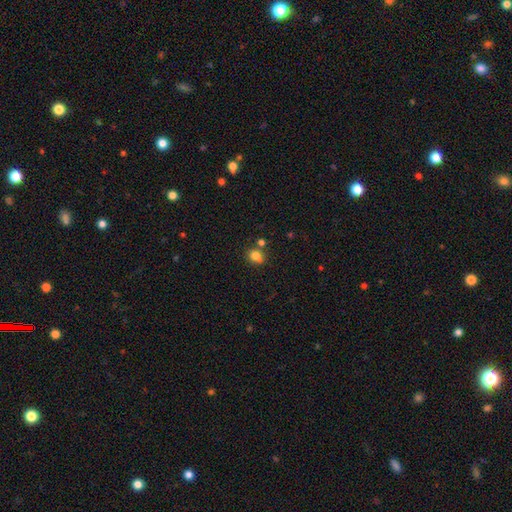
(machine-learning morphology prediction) A smooth galaxy with no disk features (81%) that is round (67%).

Vote fractions:
- Smooth or featured? smooth: 81% / star or artifact: 12% / featured or disk: 7%
- How rounded? round: 67% / in between: 32% / cigar-shaped: 1%
- Merging? none: 66% / merger: 15% / minor disturbance: 14% / major disturbance: 4%